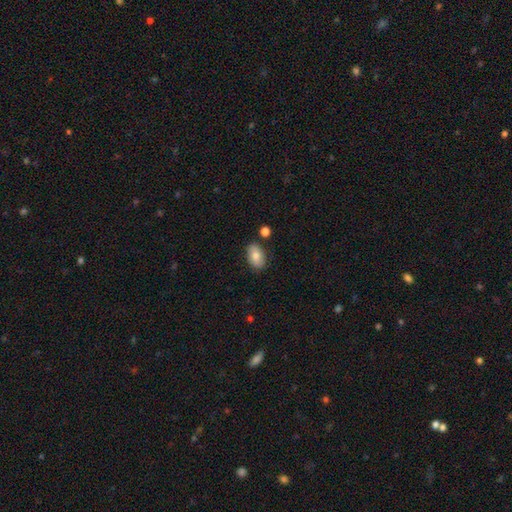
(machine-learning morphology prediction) Smooth or featured? Predicted: smooth (p=0.76). How rounded? Predicted: in between (p=0.89). Merging? Predicted: none (p=0.82).